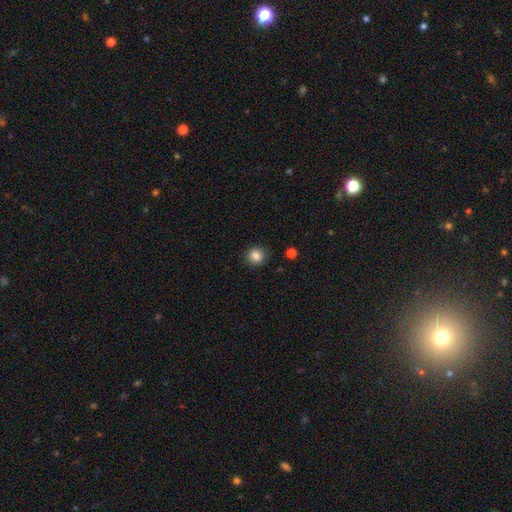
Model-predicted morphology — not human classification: Smooth or featured? Predicted: smooth (p=0.86). How rounded? Predicted: round (p=0.91). Merging? Predicted: none (p=0.90).